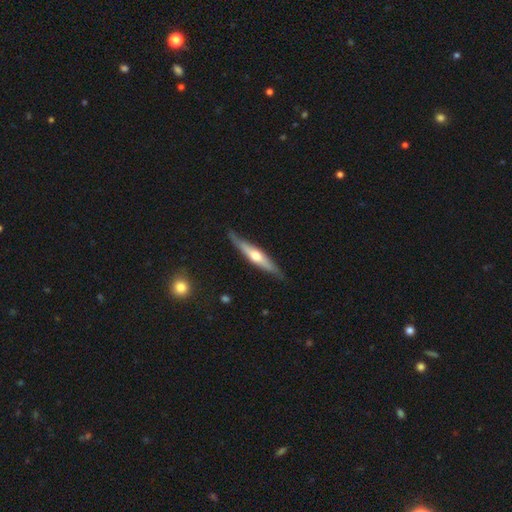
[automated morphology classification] featured or disk 61%, smooth 34%, star or artifact 5%. Down the decision tree: edge-on disk — yes (92%); edge-on bulge — rounded (85%); merging — none (81%).